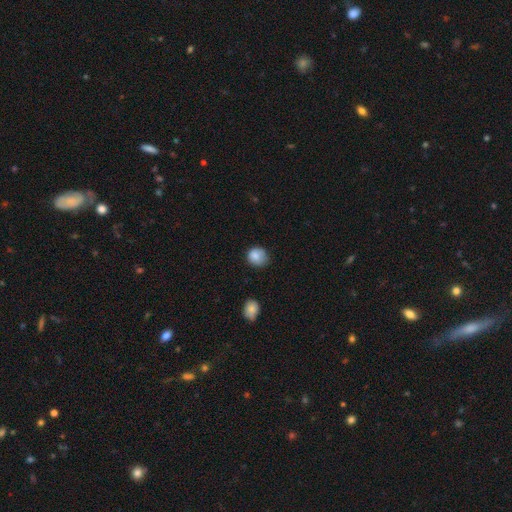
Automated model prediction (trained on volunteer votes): smooth_or_featured: smooth (p=0.85) [alt: star or artifact p=0.09]
how_rounded: round (p=0.75) [alt: in between p=0.24]
merging: none (p=0.62) [alt: minor disturbance p=0.29]